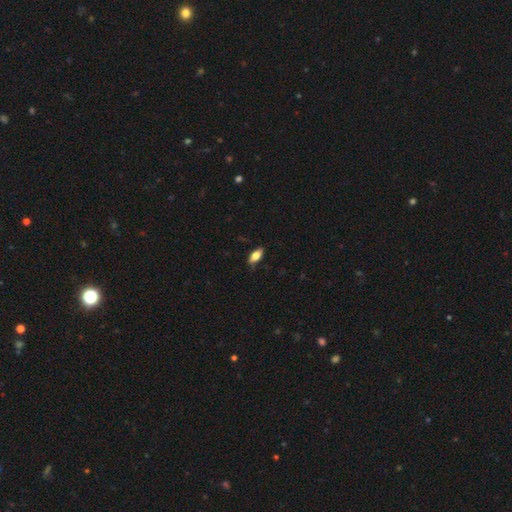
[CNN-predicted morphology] Overall: smooth (74%). How rounded: in between (84%). Merging: none (81%).